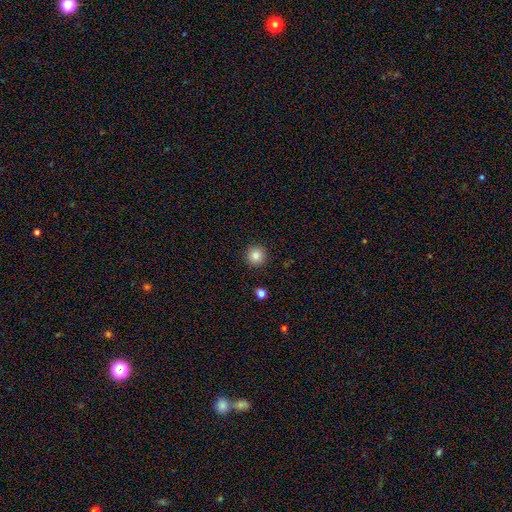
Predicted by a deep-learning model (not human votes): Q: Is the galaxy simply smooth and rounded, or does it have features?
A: smooth — 84%.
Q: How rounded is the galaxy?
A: round — 95%.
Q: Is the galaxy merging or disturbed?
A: none — 92%.